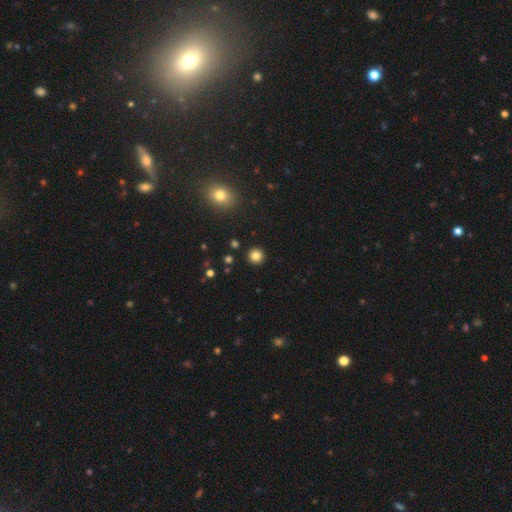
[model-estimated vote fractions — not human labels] smooth-or-featured: smooth: 82% | star or artifact: 12% | featured or disk: 5%
  how-rounded: round: 94% | in between: 5% | cigar-shaped: 1%
  merging: none: 92% | minor disturbance: 4% | major disturbance: 2% | merger: 2%